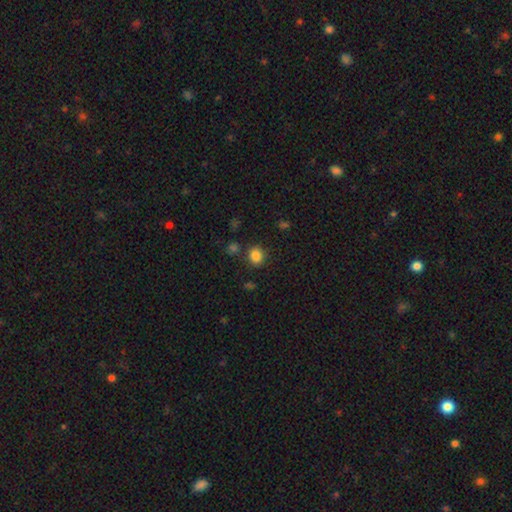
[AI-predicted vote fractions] Smooth or featured? smooth (84%)
How rounded? round (78%)
Merging? none (83%)